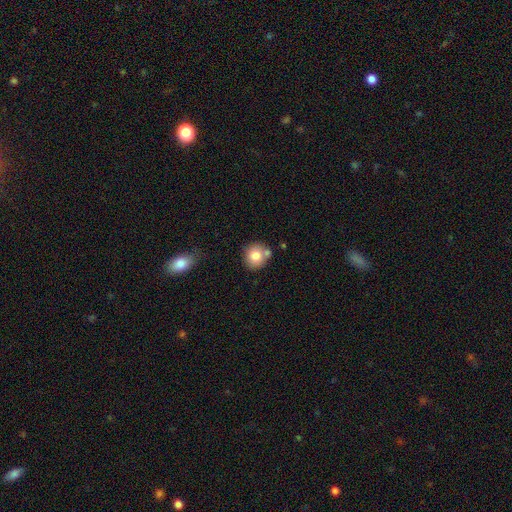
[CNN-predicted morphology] smooth_or_featured: smooth (p=0.78) [alt: featured or disk p=0.12]
how_rounded: round (p=0.88) [alt: in between p=0.11]
merging: none (p=0.67) [alt: merger p=0.18]